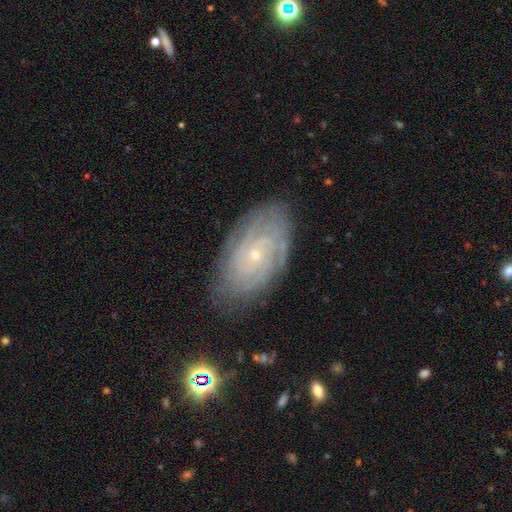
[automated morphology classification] Smooth or featured? featured or disk (76%)
Edge-on disk? no (95%)
Bar? no (75%)
Spiral arms? yes (93%)
Spiral winding? tight (77%)
Spiral arm count? can't tell (42%)
Bulge size? small (82%)
Merging? none (80%)